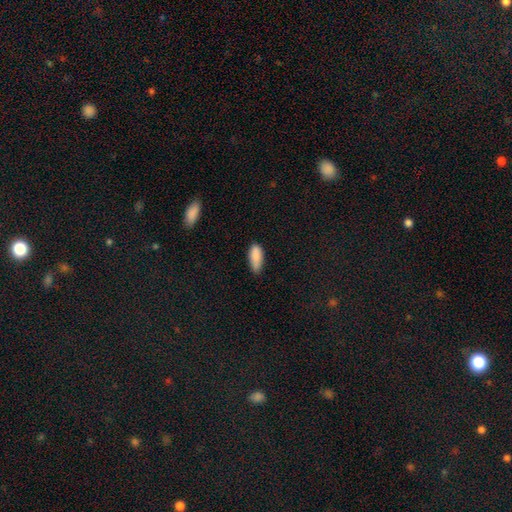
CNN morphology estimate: A smooth galaxy with no disk features (87%) that is in between round and cigar-shaped (77%). Merging: none (62%).